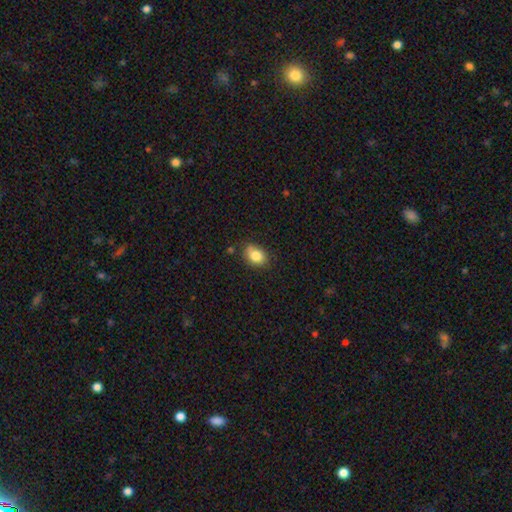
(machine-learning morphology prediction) Smooth or featured?
  - smooth: 83% *
  - star or artifact: 9%
  - featured or disk: 8%
How rounded?
  - in between: 66% *
  - round: 33%
  - cigar-shaped: 1%
Merging?
  - none: 69% *
  - minor disturbance: 23%
  - major disturbance: 4%
  - merger: 4%